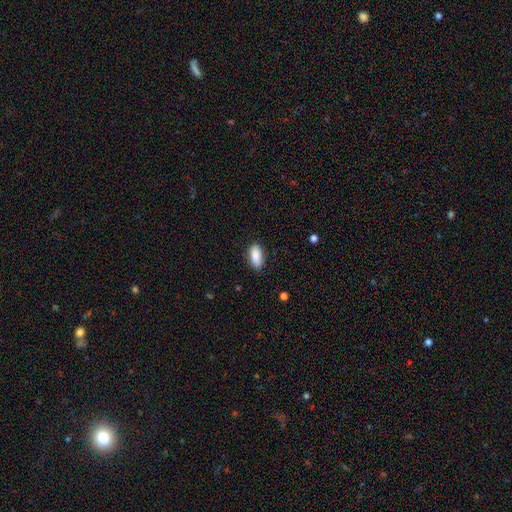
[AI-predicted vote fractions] Overall: smooth (88%). How rounded: in between (86%). Merging: none (83%).